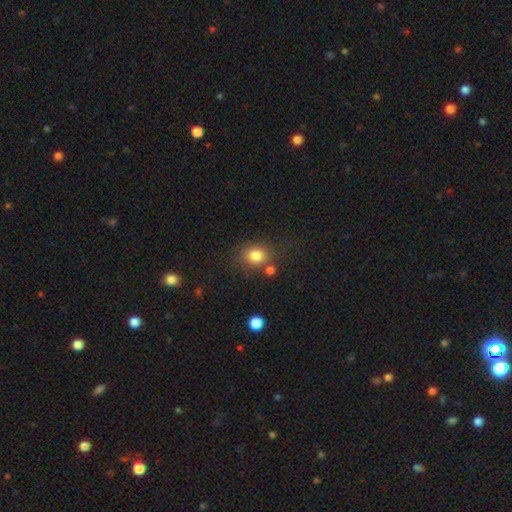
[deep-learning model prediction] smooth 82%, star or artifact 11%, featured or disk 7%. Down the decision tree: how rounded — round (67%); merging — none (69%).